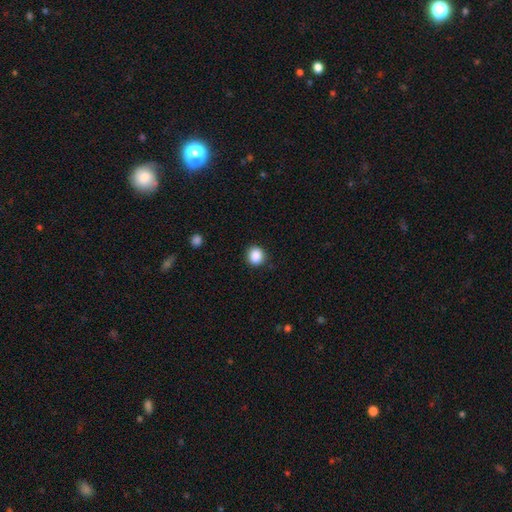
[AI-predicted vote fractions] Smooth or featured? Predicted: smooth (p=0.88). How rounded? Predicted: round (p=0.87). Merging? Predicted: none (p=0.89).